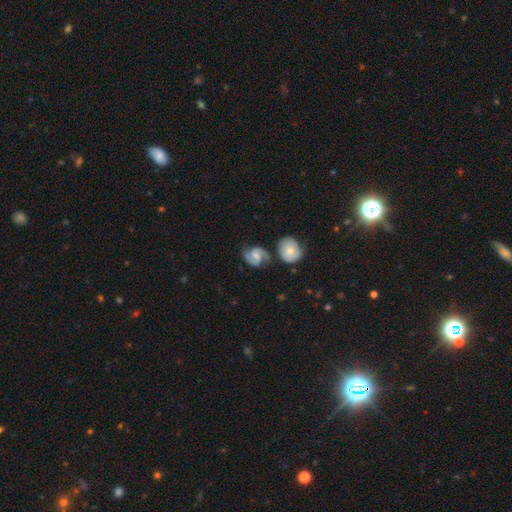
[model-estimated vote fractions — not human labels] smooth-or-featured: featured or disk: 81% | smooth: 13% | star or artifact: 6%
  disk-edge-on: no: 98% | yes: 2%
    bar: weak: 46% | no: 40% | strong: 14%
    has-spiral-arms: yes: 96% | no: 4%
      spiral-winding: medium: 55% | tight: 27% | loose: 18%
      spiral-arm-count: 2: 91% | can't tell: 4% | 3: 2% | 1: 2% | 4: 1% | more than 4: 1%
    bulge-size: moderate: 41% | small: 39% | none: 13% | large: 5% | dominant: 1%
  merging: none: 67% | minor disturbance: 15% | merger: 12% | major disturbance: 5%